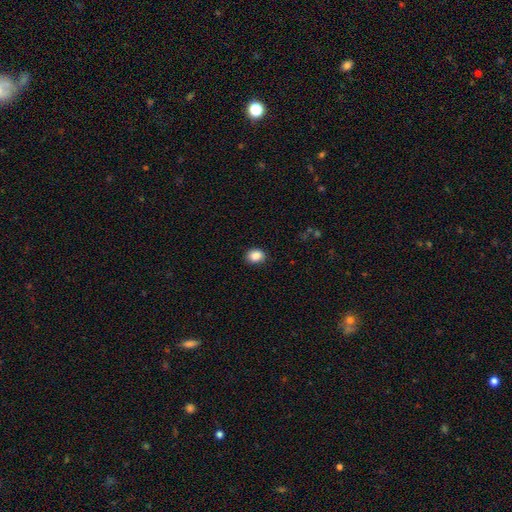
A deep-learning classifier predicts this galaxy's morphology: smooth-or-featured: smooth: 88% | star or artifact: 9% | featured or disk: 4%
  how-rounded: round: 54% | in between: 46% | cigar-shaped: 1%
  merging: none: 88% | minor disturbance: 9% | major disturbance: 2% | merger: 1%